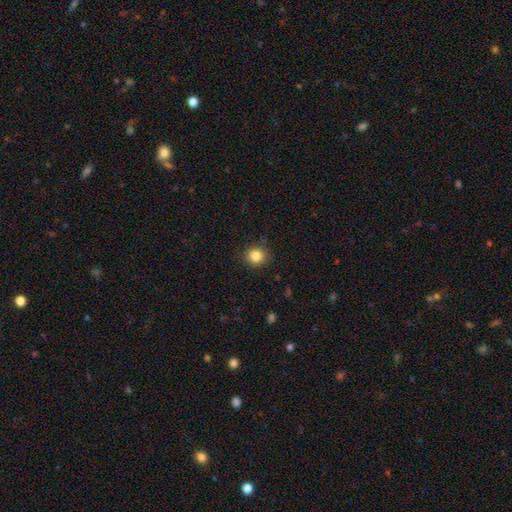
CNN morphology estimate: Smooth or featured? smooth (84%)
How rounded? round (88%)
Merging? none (88%)